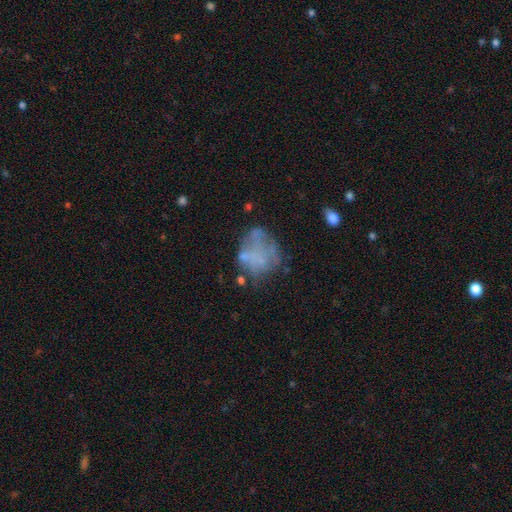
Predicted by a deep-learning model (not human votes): featured or disk 49%, smooth 37%, star or artifact 14%. Down the decision tree: merging — none (42%).